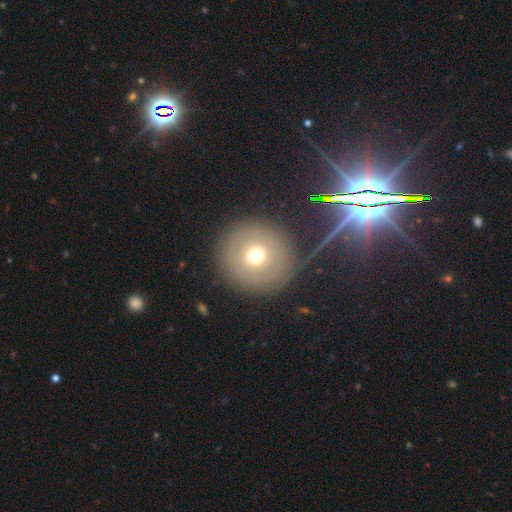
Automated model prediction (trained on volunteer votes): A smooth galaxy with no disk features (66%) that is round (95%).

Vote fractions:
- Smooth or featured? smooth: 66% / featured or disk: 19% / star or artifact: 15%
- How rounded? round: 95% / in between: 4% / cigar-shaped: 1%
- Merging? none: 86% / minor disturbance: 7% / major disturbance: 4% / merger: 3%